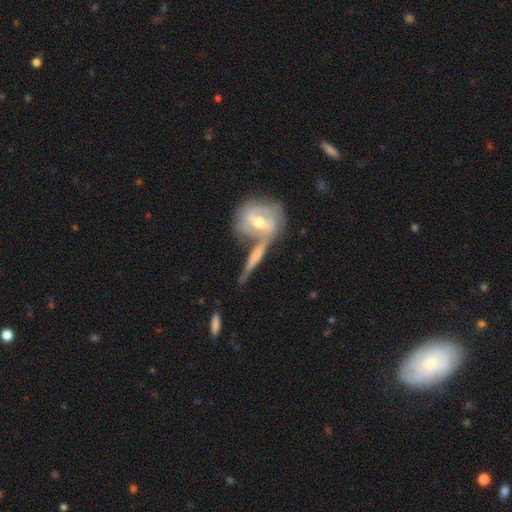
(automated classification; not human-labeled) A featured or disk galaxy (65%) viewed edge-on (64%). Merging: none (45%).